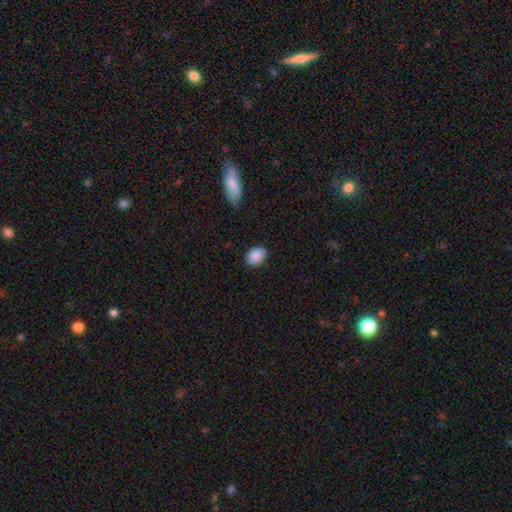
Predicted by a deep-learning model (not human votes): The model was most divided on "how rounded": in between: 69%, round: 30%, cigar-shaped: 1%. More confident: smooth or featured — smooth (89%); merging — none (82%).